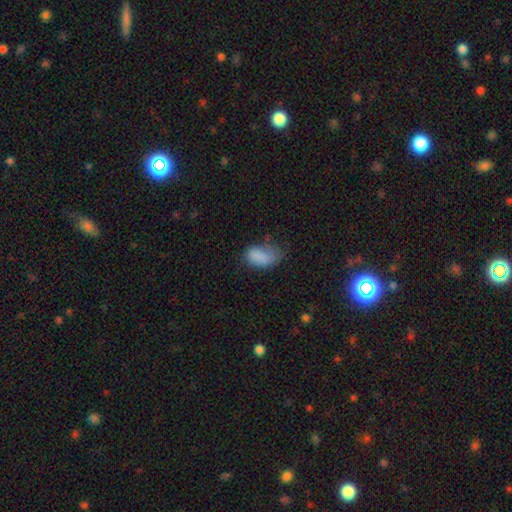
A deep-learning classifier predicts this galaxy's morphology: Smooth or featured: smooth — 83% (star or artifact — 10%)
How rounded: in between — 92% (round — 6%)
Merging: none — 40% (minor disturbance — 35%)